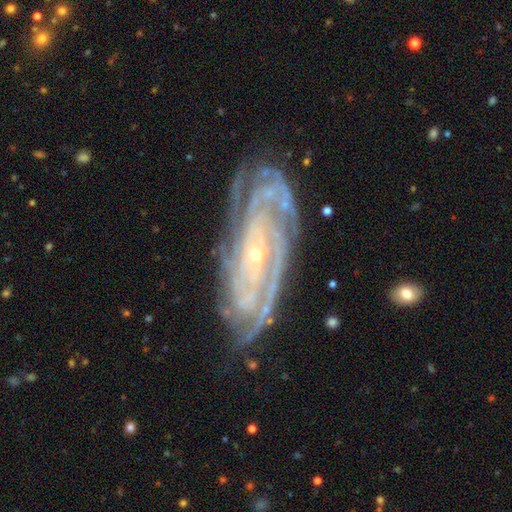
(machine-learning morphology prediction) A featured or disk galaxy (90%) with no bar (65%), 4 (24%) tight (80%) spiral arms (98%) and a small central bulge (82%). Merging: none (77%).